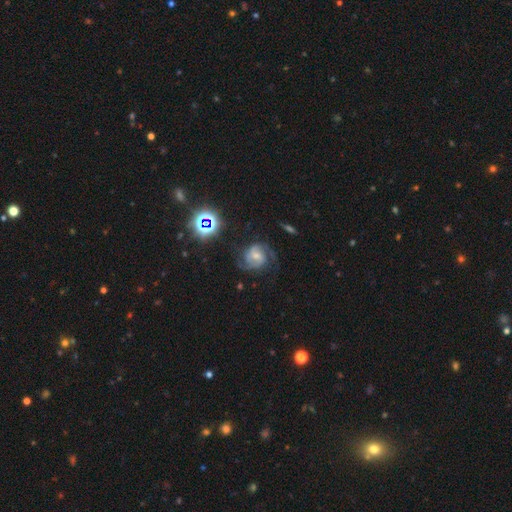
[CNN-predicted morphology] A featured or disk galaxy (75%) with no bar (46%), 2 (77%) medium (50%) spiral arms (95%) and a moderate central bulge (47%). Merging: none (64%).